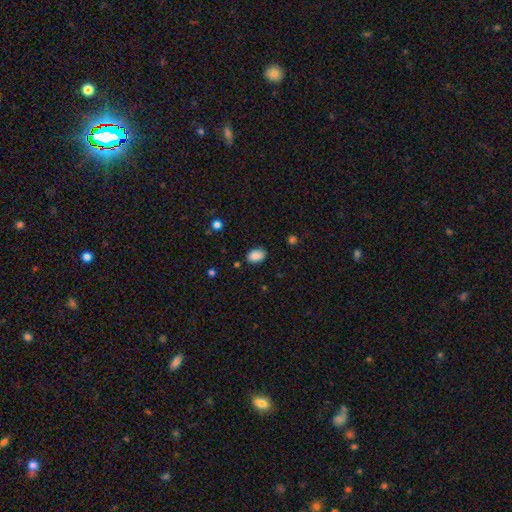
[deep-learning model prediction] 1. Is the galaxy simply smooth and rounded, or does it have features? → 88% smooth, 8% star or artifact, 4% featured or disk.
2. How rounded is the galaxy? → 83% in between, 16% round, 1% cigar-shaped.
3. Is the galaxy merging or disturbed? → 82% none, 14% minor disturbance, 3% major disturbance, 1% merger.